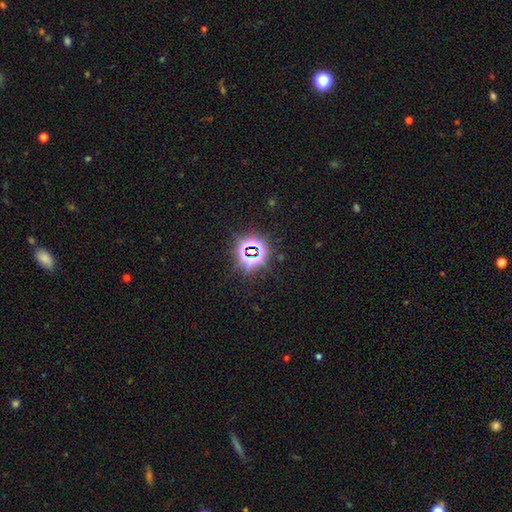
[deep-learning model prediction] This is likely a star or artifact rather than a galaxy (78%).